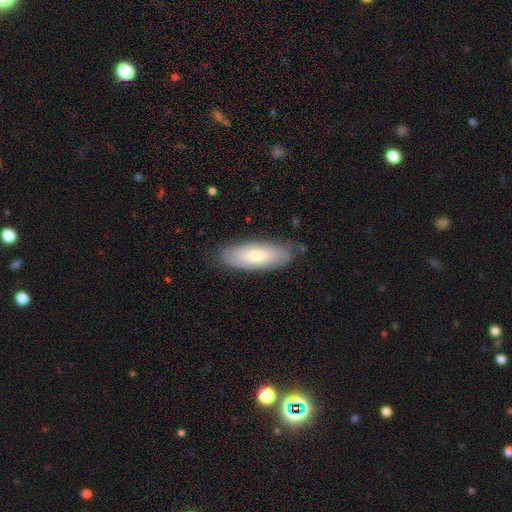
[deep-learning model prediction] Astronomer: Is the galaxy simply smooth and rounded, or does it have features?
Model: smooth — 58% (runner-up: featured or disk, 36%).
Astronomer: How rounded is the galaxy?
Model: in between — 71%.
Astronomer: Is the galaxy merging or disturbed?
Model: none — 79%.